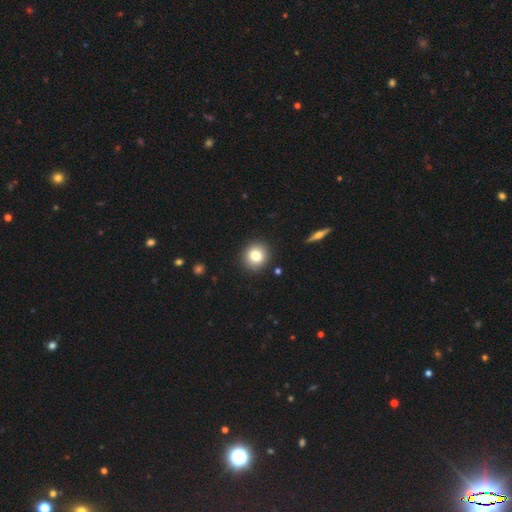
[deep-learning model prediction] A smooth galaxy with no disk features (79%) that is round (90%). Merging: none (90%).